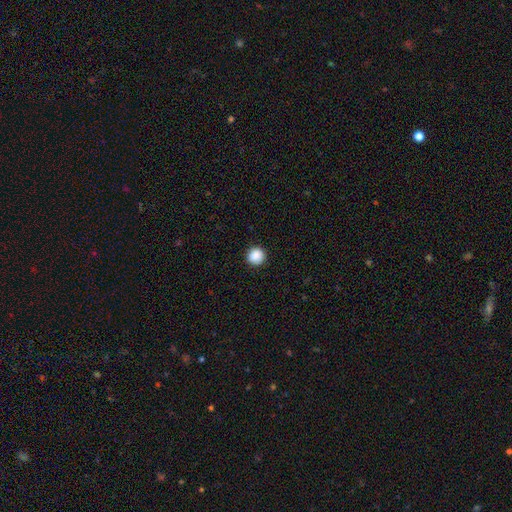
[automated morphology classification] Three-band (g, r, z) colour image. It shows a smooth galaxy with no disk features (89%) that is round (94%). Merging: none (92%).